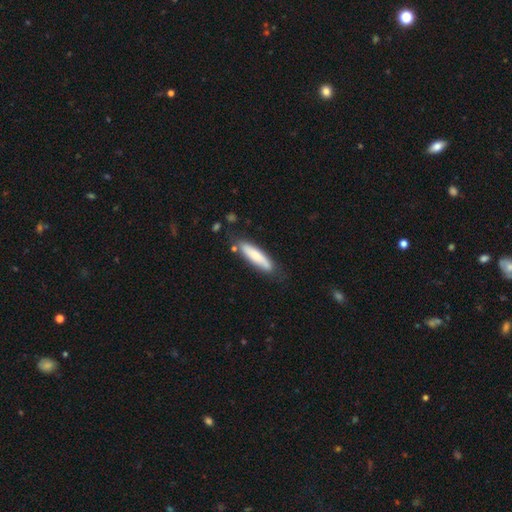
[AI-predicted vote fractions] Q: Smooth or featured?
A: smooth (74%); runner-up: featured or disk (21%)
Q: How rounded?
A: cigar-shaped (76%); runner-up: in between (22%)
Q: Merging?
A: none (73%); runner-up: minor disturbance (19%)